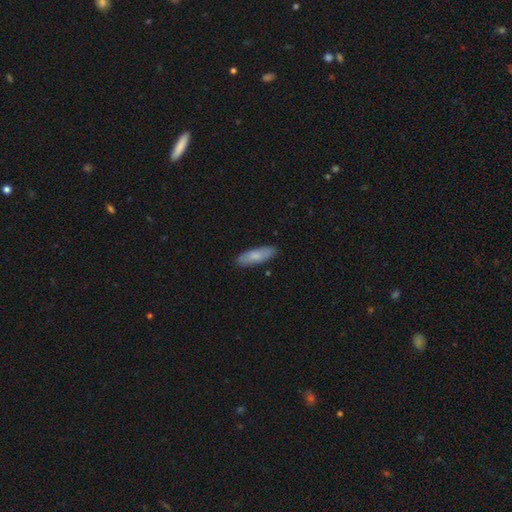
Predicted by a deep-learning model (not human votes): Smooth or featured: smooth — 78% (featured or disk — 17%)
How rounded: in between — 53% (cigar-shaped — 45%)
Merging: none — 87% (minor disturbance — 10%)